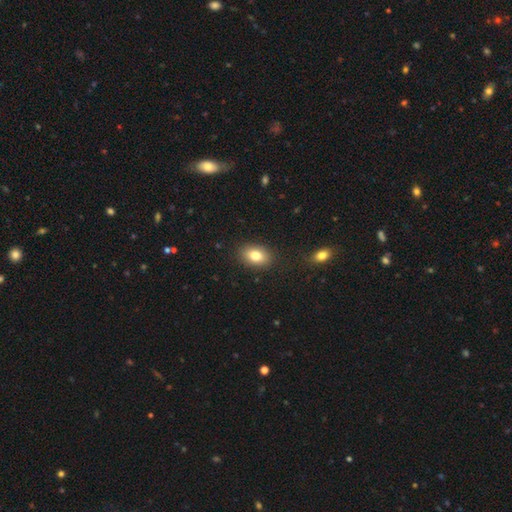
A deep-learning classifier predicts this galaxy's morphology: This appears to be a smooth galaxy with no disk features (80%) that is in between round and cigar-shaped (82%). Merging: none (88%).